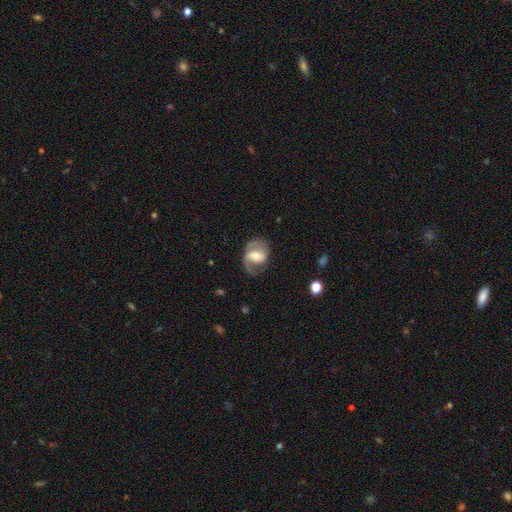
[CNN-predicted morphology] Q: Smooth or featured?
A: featured or disk (78%); runner-up: smooth (16%)
Q: Edge-on disk?
A: no (97%); runner-up: yes (3%)
Q: Bar?
A: weak (46%); runner-up: strong (28%)
Q: Spiral arms?
A: yes (92%); runner-up: no (8%)
Q: Spiral winding?
A: medium (50%); runner-up: loose (30%)
Q: Spiral arm count?
A: 2 (75%); runner-up: 1 (16%)
Q: Bulge size?
A: moderate (58%); runner-up: small (32%)
Q: Merging?
A: none (66%); runner-up: minor disturbance (20%)